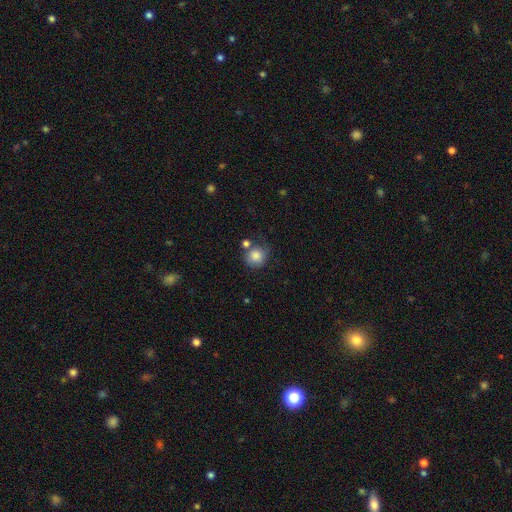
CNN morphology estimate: Q: Smooth or featured?
A: smooth (84%); runner-up: star or artifact (9%)
Q: How rounded?
A: round (87%); runner-up: in between (12%)
Q: Merging?
A: none (59%); runner-up: minor disturbance (19%)